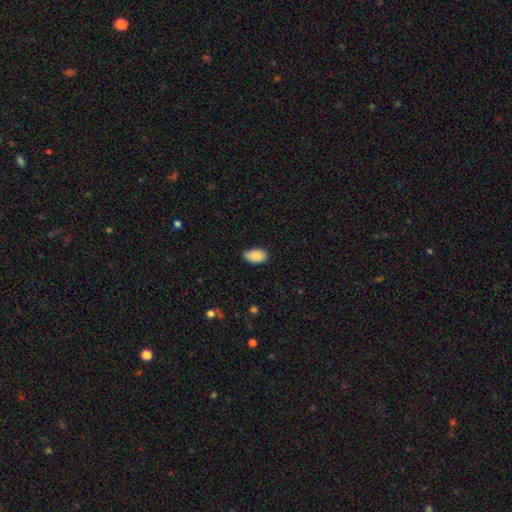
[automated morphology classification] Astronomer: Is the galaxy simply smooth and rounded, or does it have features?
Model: smooth — 89%.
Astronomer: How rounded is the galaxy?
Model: in between — 92%.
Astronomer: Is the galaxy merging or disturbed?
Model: none — 71%.